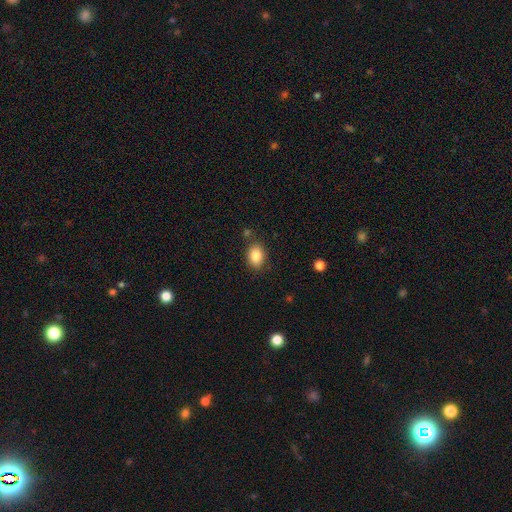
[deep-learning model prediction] Overall: smooth (87%). How rounded: in between (76%). Merging: none (79%).